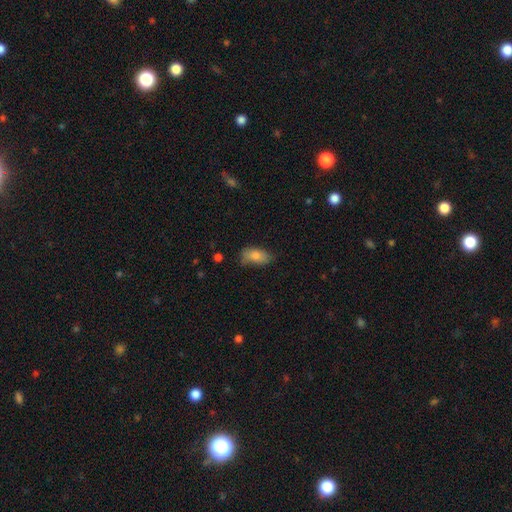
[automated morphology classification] A smooth galaxy with no disk features (79%) that is in between round and cigar-shaped (90%). Merging: none (60%).